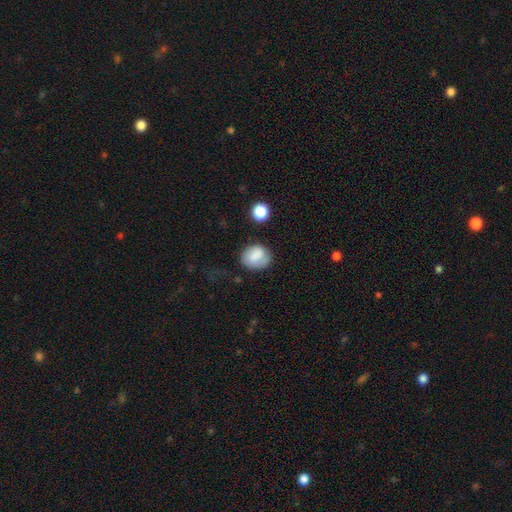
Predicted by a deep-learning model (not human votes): This is likely a smooth galaxy (75%). How rounded: possibly round (56%). Merging: likely none (68%).